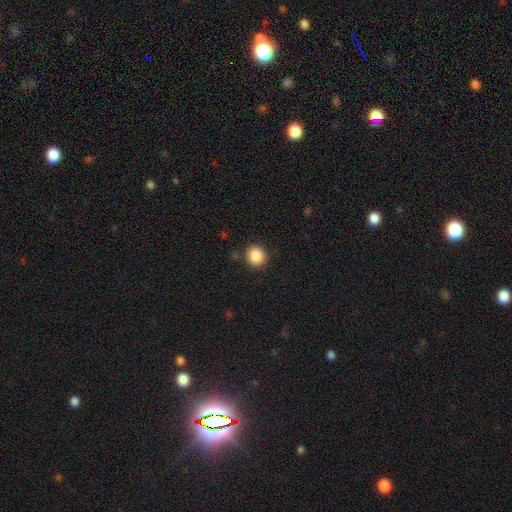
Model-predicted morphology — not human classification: type=smooth (87%); roundness=round (89%); merging=none (89%).